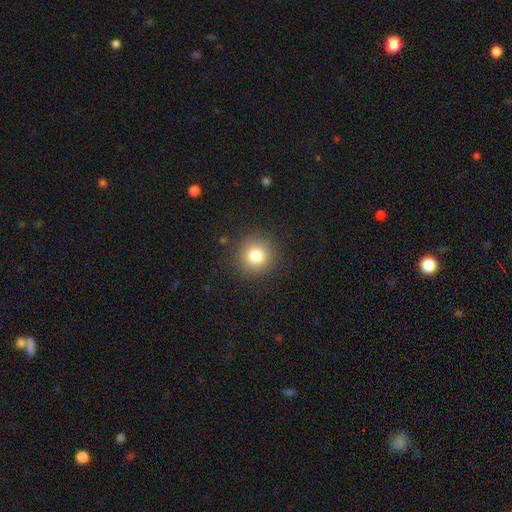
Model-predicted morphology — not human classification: The model was most divided on "smooth or featured": smooth: 81%, star or artifact: 12%, featured or disk: 7%. More confident: how rounded — round (94%); merging — none (89%).